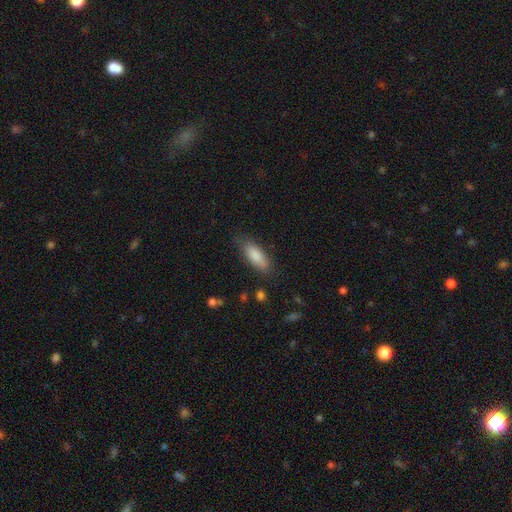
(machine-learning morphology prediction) Q: Smooth or featured?
A: smooth (85%); runner-up: featured or disk (8%)
Q: How rounded?
A: in between (70%); runner-up: cigar-shaped (28%)
Q: Merging?
A: none (78%); runner-up: minor disturbance (17%)